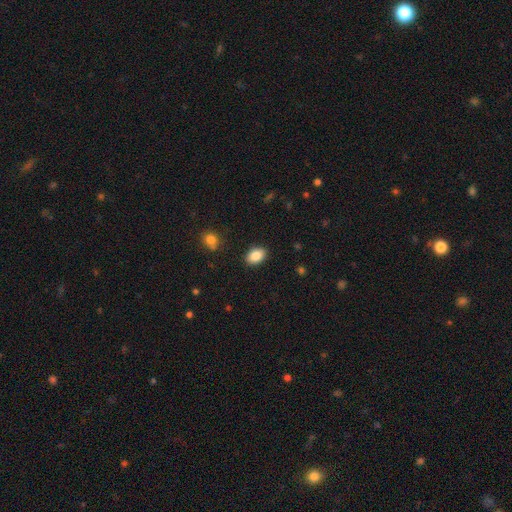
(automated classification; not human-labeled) This is clearly a smooth galaxy (87%). How rounded: clearly in between (85%). Merging: clearly none (88%).